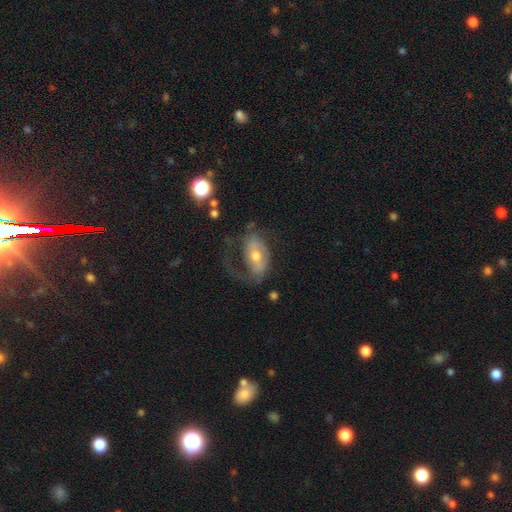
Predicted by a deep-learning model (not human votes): Q: Smooth or featured?
A: featured or disk (65%); runner-up: smooth (27%)
Q: Edge-on disk?
A: no (94%); runner-up: yes (6%)
Q: Bar?
A: no (46%); runner-up: weak (34%)
Q: Spiral arms?
A: yes (71%); runner-up: no (29%)
Q: Bulge size?
A: moderate (71%); runner-up: small (19%)
Q: Merging?
A: major disturbance (42%); runner-up: none (35%)